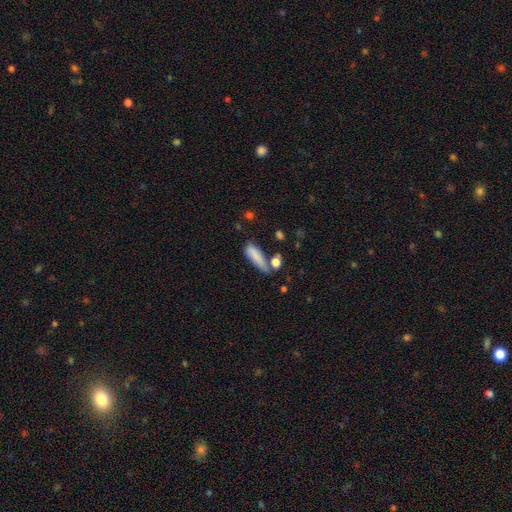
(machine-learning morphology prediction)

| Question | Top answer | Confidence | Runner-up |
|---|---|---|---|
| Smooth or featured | smooth | 81% | featured or disk (11%) |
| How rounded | cigar-shaped | 55% | in between (42%) |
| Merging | none | 48% | minor disturbance (26%) |